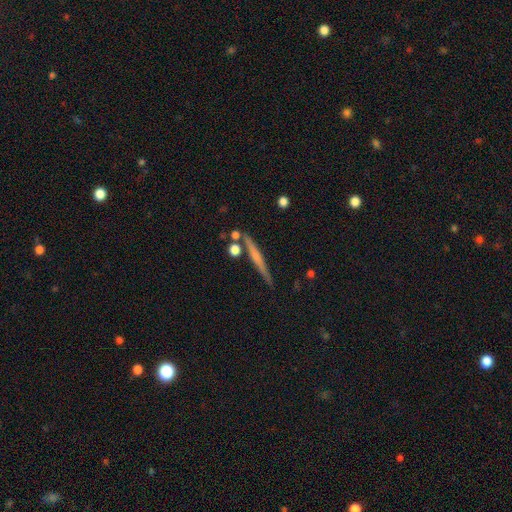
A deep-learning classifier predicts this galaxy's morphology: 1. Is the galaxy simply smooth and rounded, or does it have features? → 53% featured or disk, 39% smooth, 7% star or artifact.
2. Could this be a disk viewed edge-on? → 96% yes, 4% no.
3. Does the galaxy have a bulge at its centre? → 62% none, 26% rounded, 13% boxy.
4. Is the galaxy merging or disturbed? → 83% none, 9% minor disturbance, 5% merger, 2% major disturbance.